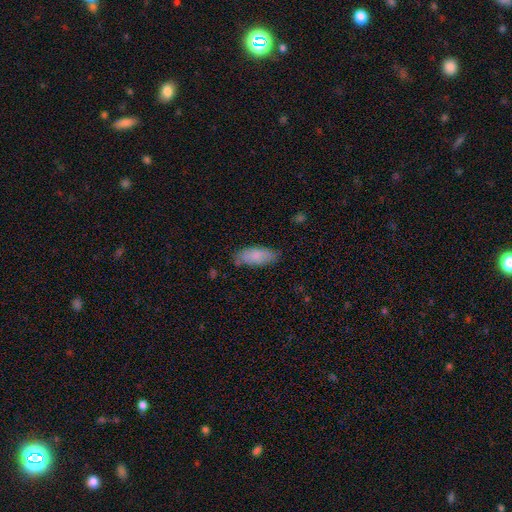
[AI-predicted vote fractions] smooth-or-featured: smooth: 82% | featured or disk: 12% | star or artifact: 6%
  how-rounded: in between: 81% | cigar-shaped: 17% | round: 2%
  merging: none: 77% | minor disturbance: 17% | major disturbance: 3% | merger: 2%